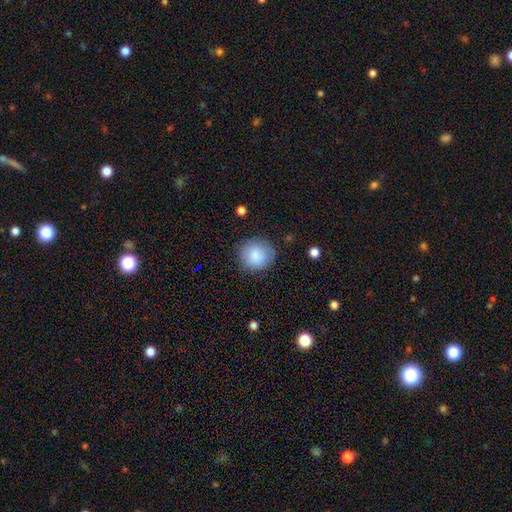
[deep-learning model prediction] Overall: smooth (85%). How rounded: round (89%). Merging: none (82%).